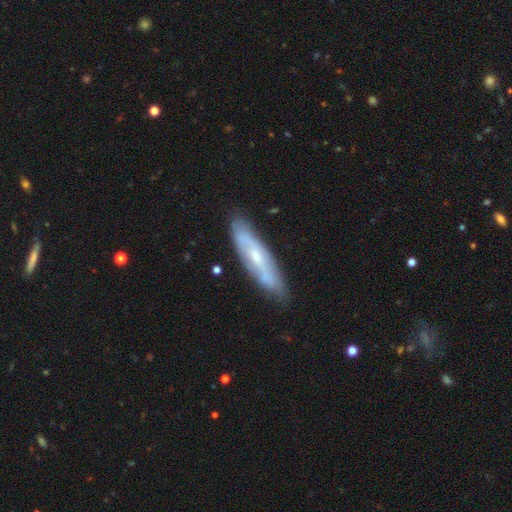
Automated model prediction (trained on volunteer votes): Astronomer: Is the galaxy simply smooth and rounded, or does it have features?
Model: featured or disk — 63%.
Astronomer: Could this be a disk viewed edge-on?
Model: no — 58% (runner-up: yes, 42%).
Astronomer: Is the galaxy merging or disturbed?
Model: none — 79%.